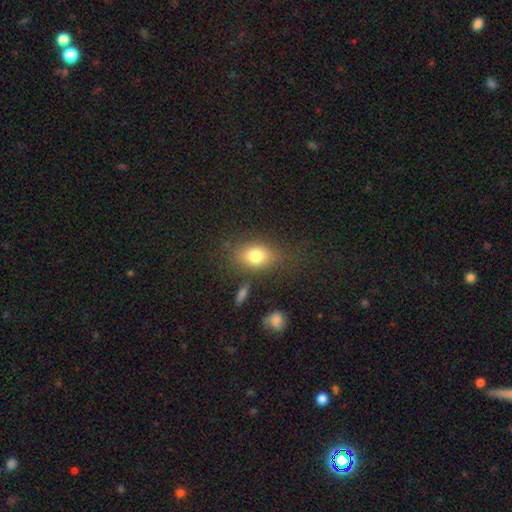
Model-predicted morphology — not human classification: The model was most divided on "how rounded": in between: 72%, round: 25%, cigar-shaped: 3%. More confident: smooth or featured — smooth (77%); merging — none (72%).